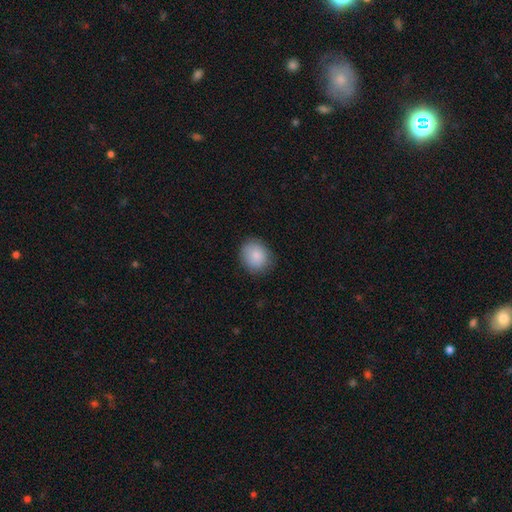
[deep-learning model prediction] smooth 85%, star or artifact 8%, featured or disk 7%. Down the decision tree: how rounded — round (68%); merging — none (83%).